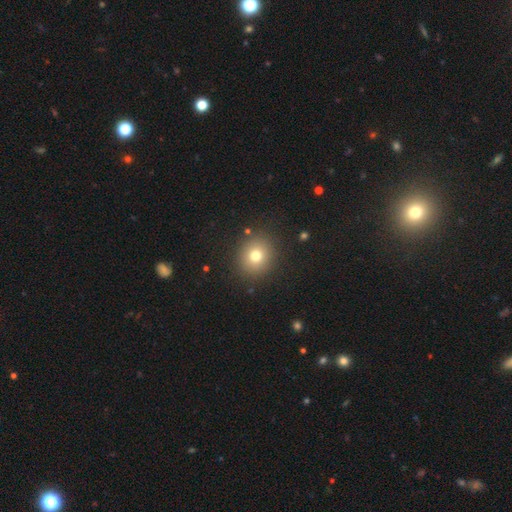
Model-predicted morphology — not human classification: This is likely a smooth galaxy (74%). How rounded: clearly round (82%). Merging: clearly none (89%).